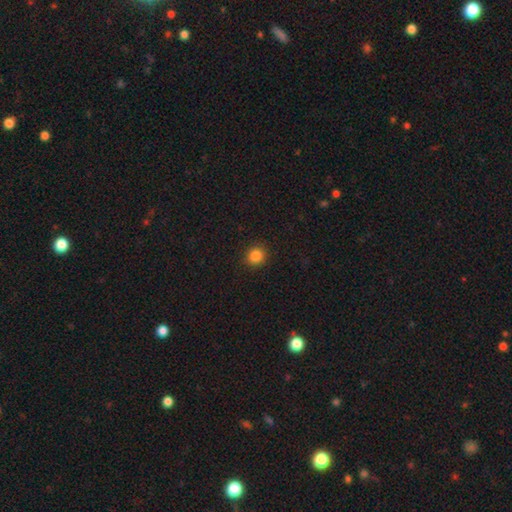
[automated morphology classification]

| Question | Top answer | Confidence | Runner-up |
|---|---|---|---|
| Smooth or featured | smooth | 85% | star or artifact (12%) |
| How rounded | round | 88% | in between (11%) |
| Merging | none | 90% | minor disturbance (7%) |